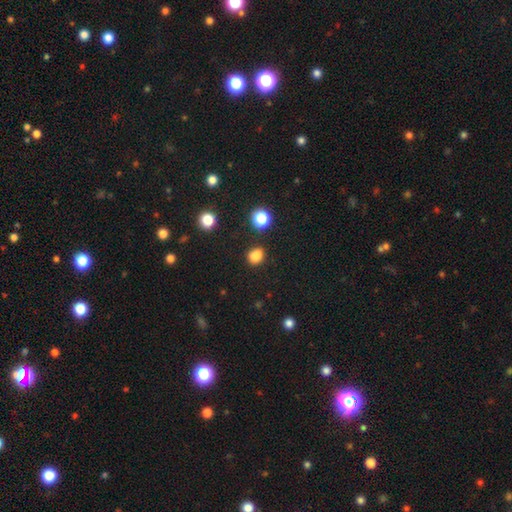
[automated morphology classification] Smooth or featured? smooth (82%)
How rounded? round (59%)
Merging? none (78%)